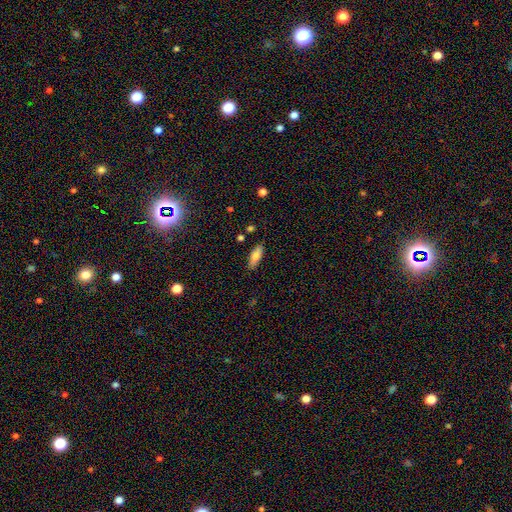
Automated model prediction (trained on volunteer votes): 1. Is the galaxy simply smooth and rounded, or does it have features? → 80% smooth, 13% featured or disk, 7% star or artifact.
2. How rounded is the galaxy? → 69% in between, 29% cigar-shaped, 2% round.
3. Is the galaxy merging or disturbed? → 83% none, 13% minor disturbance, 3% major disturbance, 2% merger.